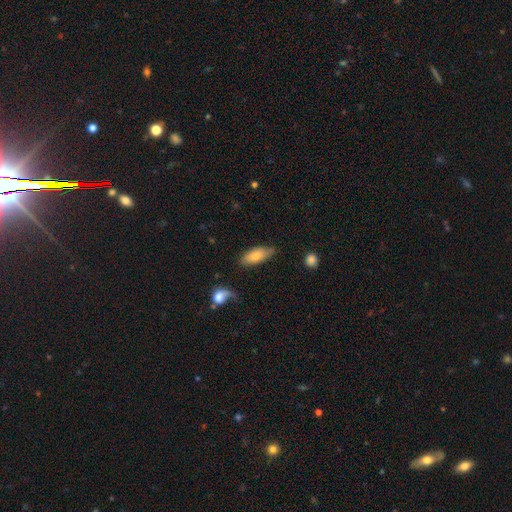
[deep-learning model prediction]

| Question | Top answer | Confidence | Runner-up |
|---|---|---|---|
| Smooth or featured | smooth | 77% | featured or disk (17%) |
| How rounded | in between | 84% | cigar-shaped (14%) |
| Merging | none | 68% | minor disturbance (23%) |